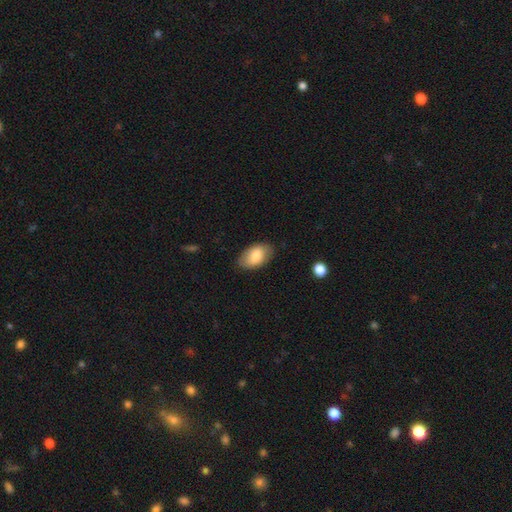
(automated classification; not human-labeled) This appears to be a smooth galaxy with no disk features (80%) that is in between round and cigar-shaped (93%). Merging: none (81%).